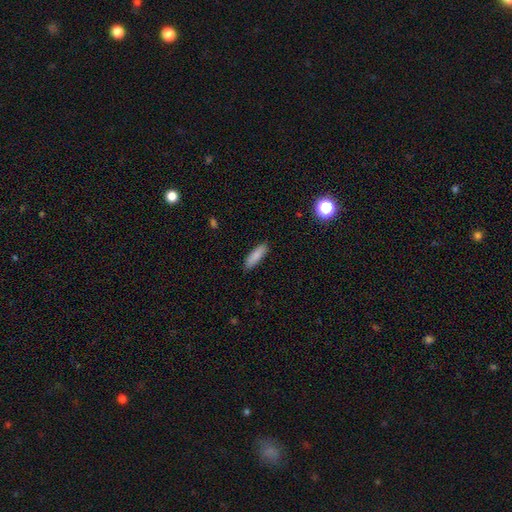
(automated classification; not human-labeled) A smooth galaxy with no disk features (87%) that is cigar-shaped (61%).

Vote fractions:
- Smooth or featured? smooth: 87% / star or artifact: 7% / featured or disk: 7%
- How rounded? cigar-shaped: 61% / in between: 37% / round: 2%
- Merging? none: 88% / minor disturbance: 9% / major disturbance: 2% / merger: 1%